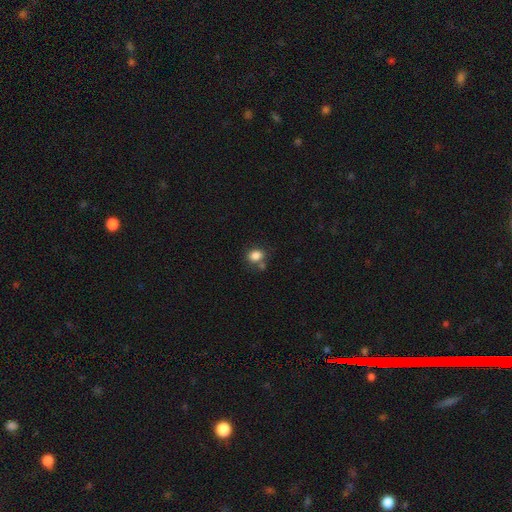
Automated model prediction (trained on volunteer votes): A smooth galaxy with no disk features (84%) that is in between round and cigar-shaped (60%).

Vote fractions:
- Smooth or featured? smooth: 84% / star or artifact: 10% / featured or disk: 5%
- How rounded? in between: 60% / round: 39% / cigar-shaped: 1%
- Merging? none: 63% / minor disturbance: 16% / merger: 15% / major disturbance: 5%